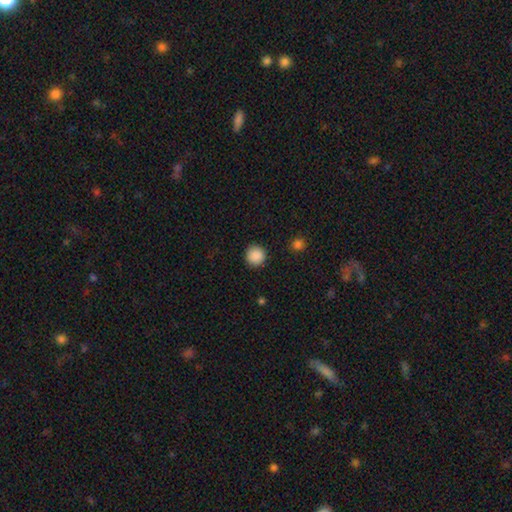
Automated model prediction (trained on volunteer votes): This appears to be a smooth galaxy with no disk features (89%) that is round (95%). Merging: none (91%).